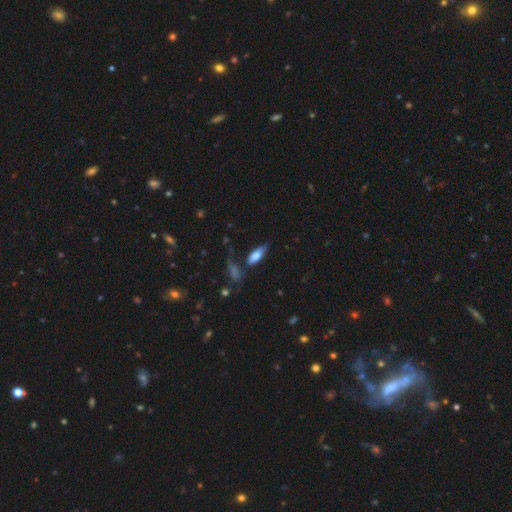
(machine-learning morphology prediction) smooth_or_featured: smooth (p=0.72) [alt: featured or disk p=0.20]
how_rounded: in between (p=0.72) [alt: cigar-shaped p=0.26]
merging: none (p=0.63) [alt: minor disturbance p=0.22]